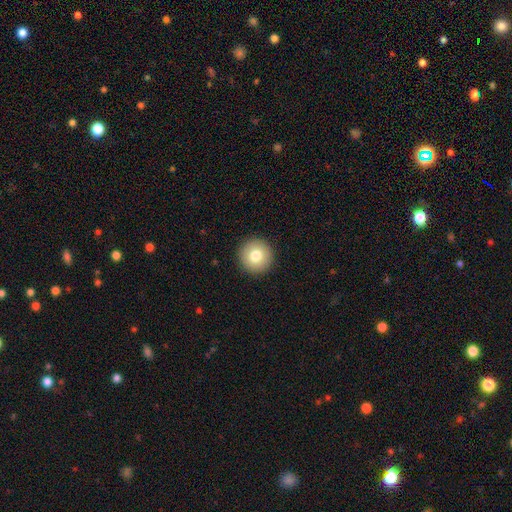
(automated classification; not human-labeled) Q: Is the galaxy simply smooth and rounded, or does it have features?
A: smooth — 78%.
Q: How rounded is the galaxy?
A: round — 96%.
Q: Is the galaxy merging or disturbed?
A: none — 93%.